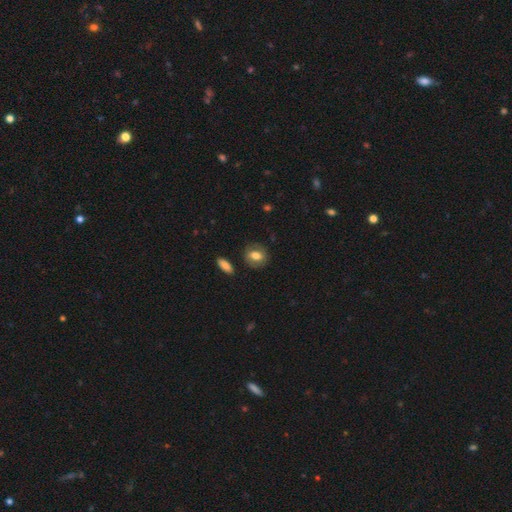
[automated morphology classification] This is likely a smooth galaxy (71%). How rounded: possibly round (50%). Merging: clearly none (80%).